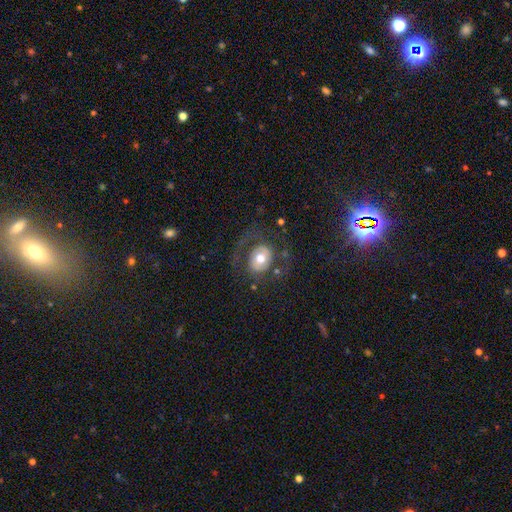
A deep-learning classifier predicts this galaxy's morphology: smooth_or_featured: featured or disk (p=0.48) [alt: smooth p=0.44]
merging: none (p=0.61) [alt: major disturbance p=0.22]